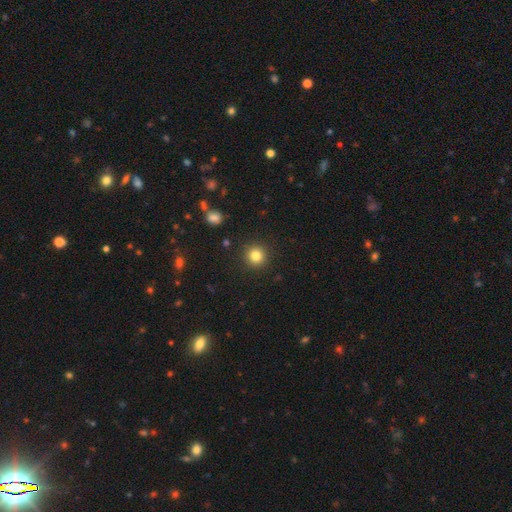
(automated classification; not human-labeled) smooth_or_featured: smooth (p=0.82) [alt: star or artifact p=0.12]
how_rounded: round (p=0.94) [alt: in between p=0.05]
merging: none (p=0.92) [alt: minor disturbance p=0.05]